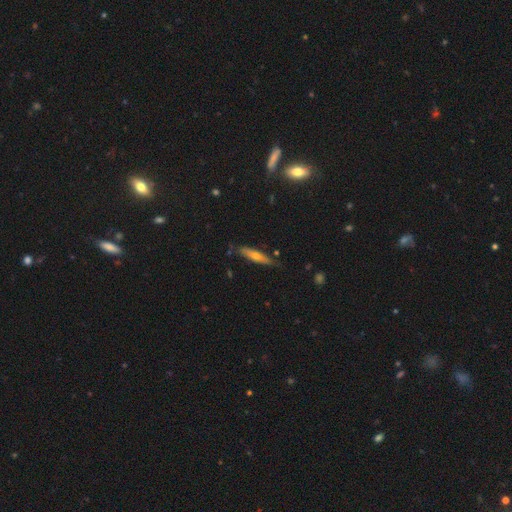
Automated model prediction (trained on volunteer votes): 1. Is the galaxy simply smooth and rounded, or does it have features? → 53% featured or disk, 40% smooth, 7% star or artifact.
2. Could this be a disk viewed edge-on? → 87% yes, 13% no.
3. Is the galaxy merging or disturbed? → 81% none, 14% minor disturbance, 2% major disturbance, 2% merger.